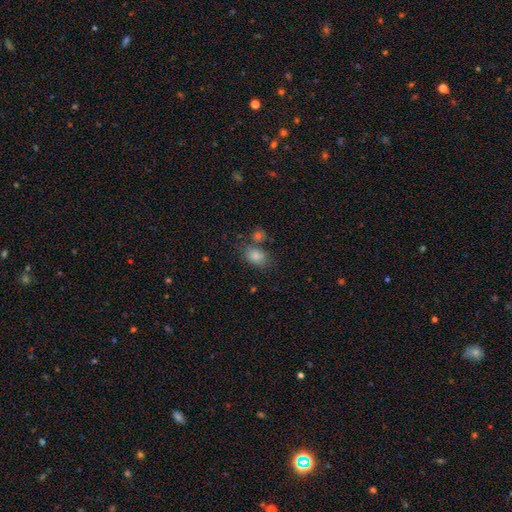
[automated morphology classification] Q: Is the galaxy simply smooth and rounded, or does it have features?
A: smooth — 83%.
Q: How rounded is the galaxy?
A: in between — 73%.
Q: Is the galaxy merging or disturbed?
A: none — 63%.